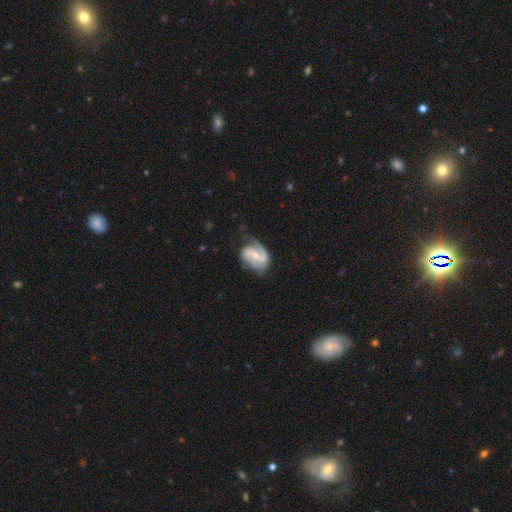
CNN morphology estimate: Smooth or featured?
  - featured or disk: 81% *
  - smooth: 14%
  - star or artifact: 5%
Edge-on disk?
  - no: 97% *
  - yes: 3%
Bar?
  - weak: 45% *
  - no: 28%
  - strong: 27%
Spiral arms?
  - yes: 94% *
  - no: 6%
Spiral winding?
  - medium: 47% *
  - loose: 28%
  - tight: 26%
Spiral arm count?
  - 2: 79% *
  - 1: 10%
  - can't tell: 6%
  - 3: 3%
  - 4: 1%
  - more than 4: 1%
Bulge size?
  - small: 48% *
  - moderate: 45%
  - none: 4%
  - large: 2%
  - dominant: 1%
Merging?
  - none: 55% *
  - minor disturbance: 28%
  - major disturbance: 15%
  - merger: 2%